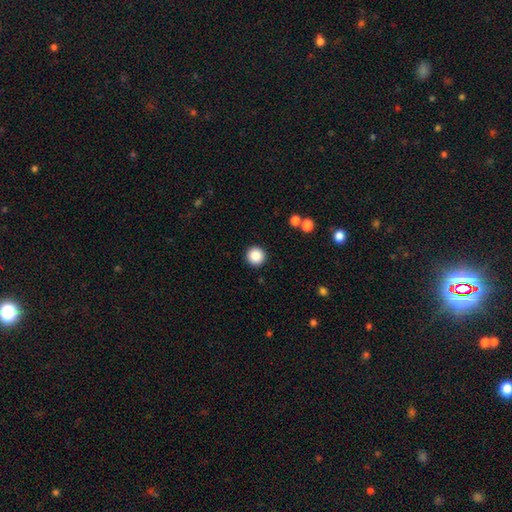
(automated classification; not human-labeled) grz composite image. It shows a smooth galaxy with no disk features (88%) that is round (96%). Merging: none (92%).